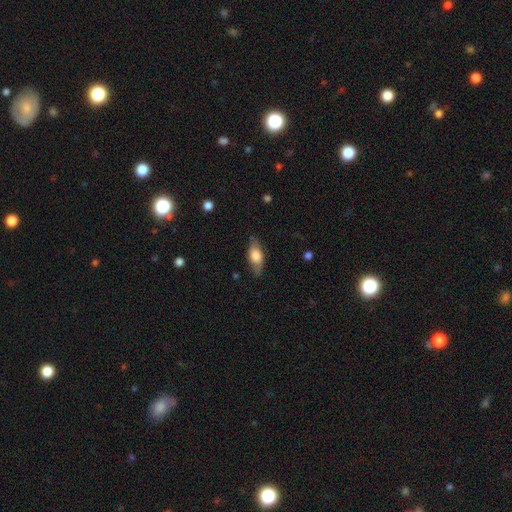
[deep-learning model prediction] Overall: smooth (66%; featured or disk 28%). How rounded: in between (80%). Merging: none (80%).